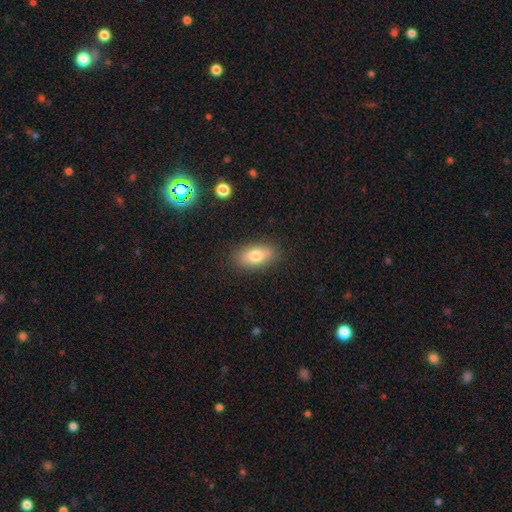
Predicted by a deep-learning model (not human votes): Q: Smooth or featured?
A: smooth (77%); runner-up: featured or disk (15%)
Q: How rounded?
A: in between (88%); runner-up: round (7%)
Q: Merging?
A: none (85%); runner-up: minor disturbance (11%)